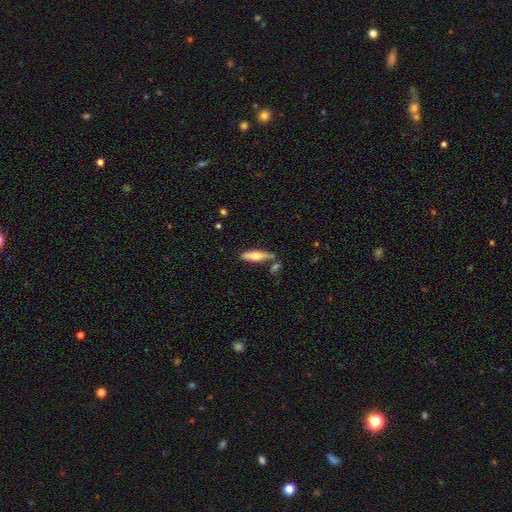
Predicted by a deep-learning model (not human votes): Morphology: type=smooth (51%); roundness=cigar-shaped (66%); merging=none (72%).